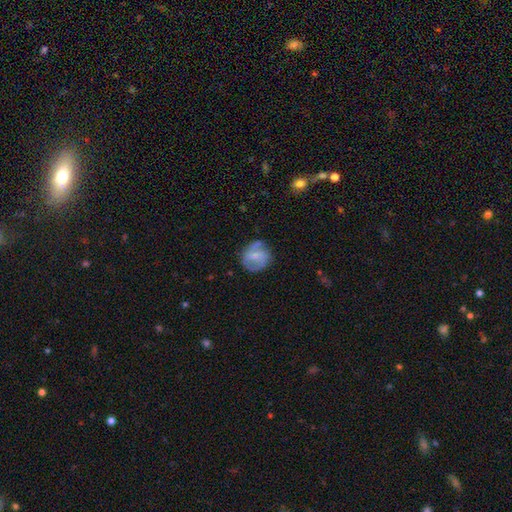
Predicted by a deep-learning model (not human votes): Smooth or featured? Predicted: featured or disk (p=0.52). Edge-on disk? Predicted: no (p=0.97). Bar? Predicted: weak (p=0.47). Spiral arms? Predicted: yes (p=0.75). Bulge size? Predicted: small (p=0.41). Merging? Predicted: none (p=0.62).